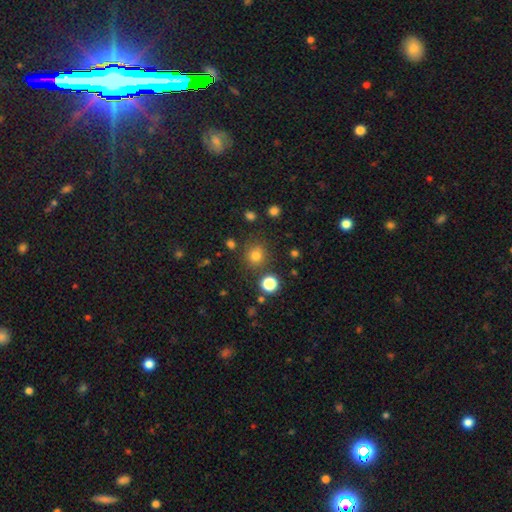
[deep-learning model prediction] smooth 78%, star or artifact 16%, featured or disk 6%. Down the decision tree: how rounded — round (88%); merging — none (81%).